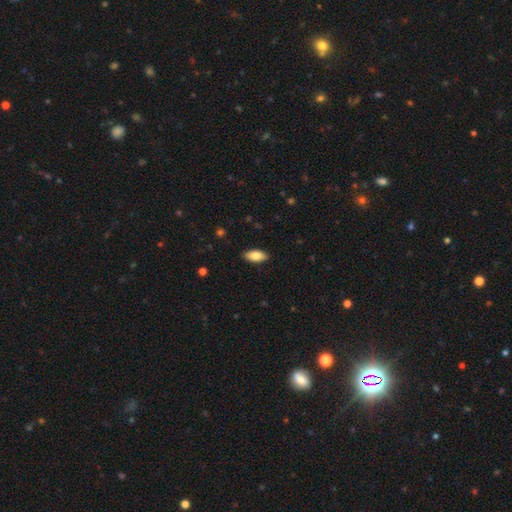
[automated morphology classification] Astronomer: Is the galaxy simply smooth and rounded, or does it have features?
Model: smooth — 84%.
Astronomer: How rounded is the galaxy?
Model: in between — 88%.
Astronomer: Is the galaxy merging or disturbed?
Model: none — 89%.